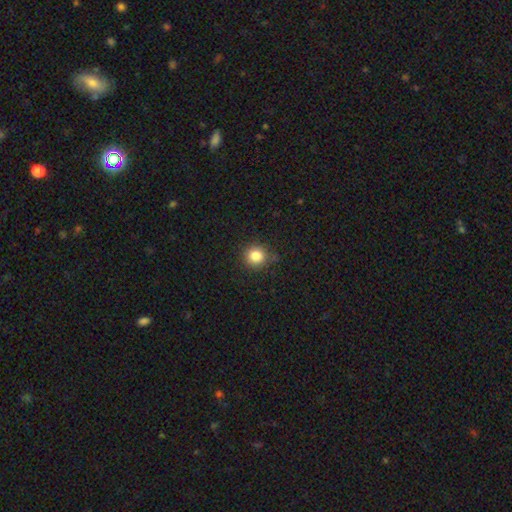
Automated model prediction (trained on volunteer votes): Smooth or featured: smooth — 84% (star or artifact — 11%)
How rounded: round — 91% (in between — 8%)
Merging: none — 85% (minor disturbance — 10%)